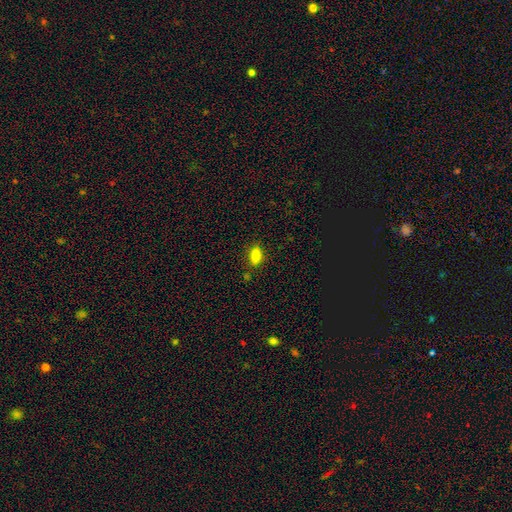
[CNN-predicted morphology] A smooth galaxy with no disk features (82%) that is in between round and cigar-shaped (82%). Merging: none (83%).